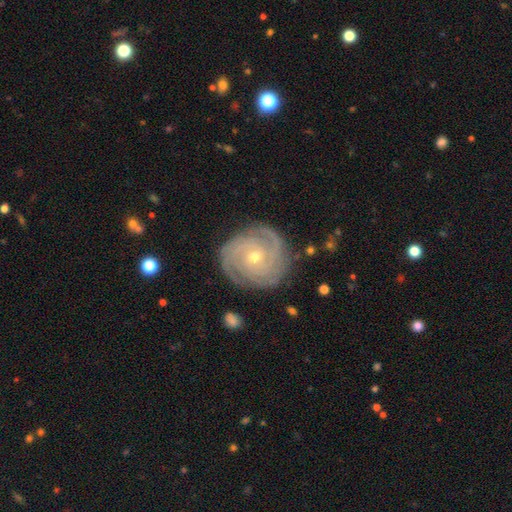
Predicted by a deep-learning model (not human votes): Morphology: type=featured or disk (84%); edge-on=no (97%); bar=no (74%); spiral arms=yes (97%); winding=tight (77%); arm count=3 (34%); bulge=small (60%); merging=none (83%).